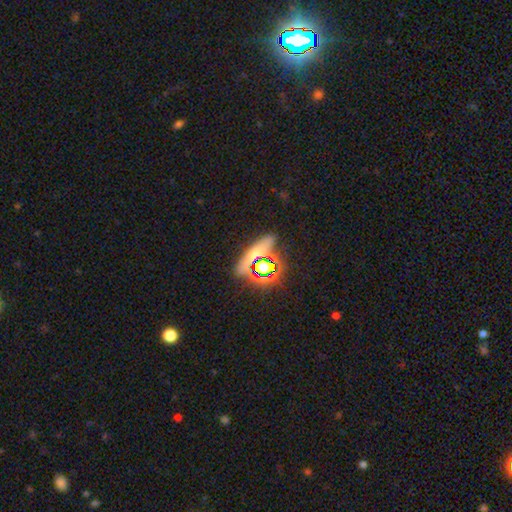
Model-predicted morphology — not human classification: smooth 43%, star or artifact 38%, featured or disk 19%. Down the decision tree: merging — none (74%).